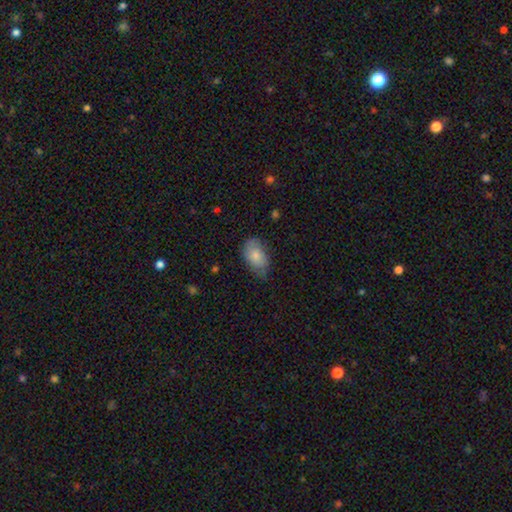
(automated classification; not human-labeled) smooth 79%, featured or disk 15%, star or artifact 6%. Down the decision tree: how rounded — in between (92%); merging — none (62%).